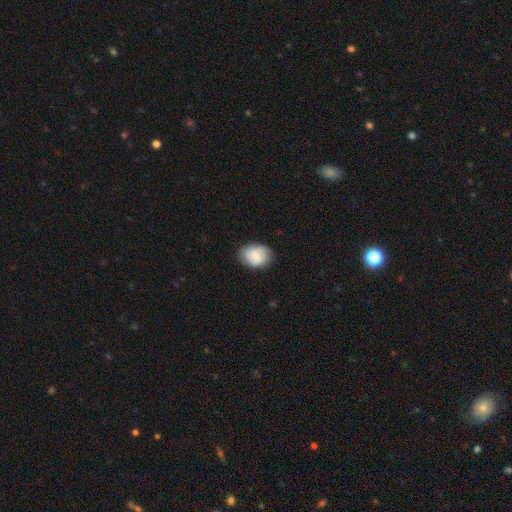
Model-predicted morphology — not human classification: smooth_or_featured: smooth (p=0.60) [alt: featured or disk p=0.32]
how_rounded: in between (p=0.62) [alt: round p=0.37]
merging: none (p=0.76) [alt: minor disturbance p=0.19]